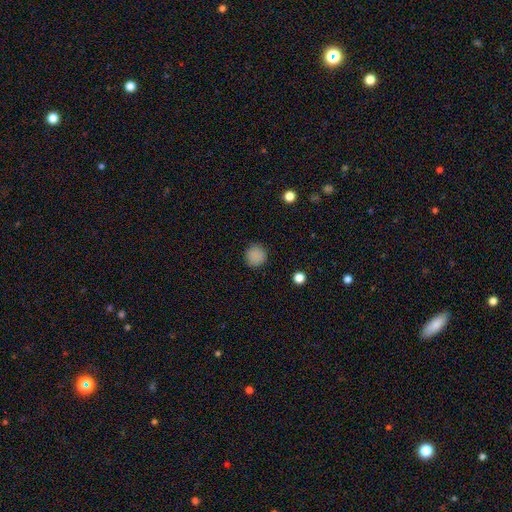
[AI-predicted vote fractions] The model was most divided on "smooth or featured": smooth: 87%, star or artifact: 10%, featured or disk: 3%. More confident: how rounded — round (93%); merging — none (90%).